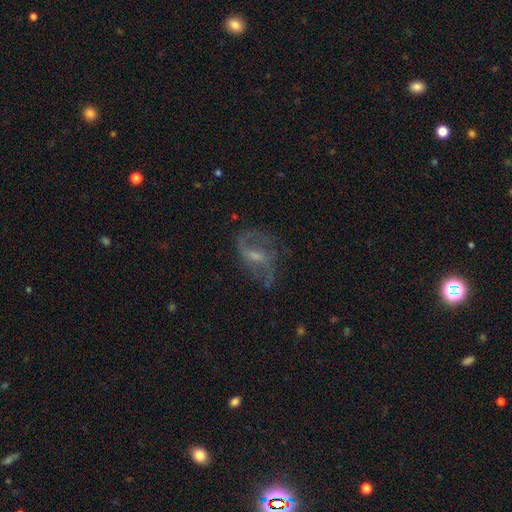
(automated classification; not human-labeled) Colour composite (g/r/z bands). It shows a featured or disk galaxy (75%) with a weak bar (54%), 2 (68%) loose (52%) spiral arms (86%) and a small central bulge (42%). Merging: none (56%).